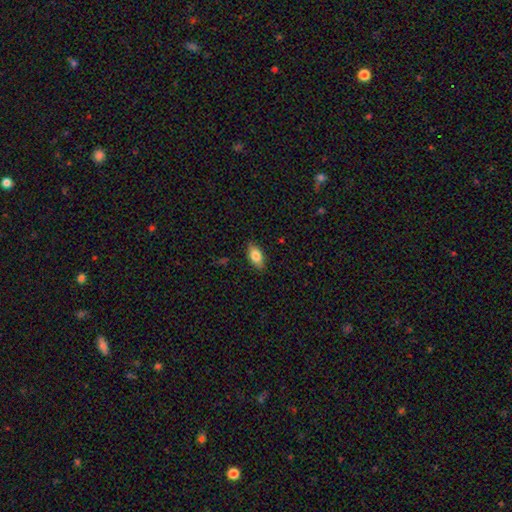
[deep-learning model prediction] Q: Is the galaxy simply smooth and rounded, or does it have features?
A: smooth — 81%.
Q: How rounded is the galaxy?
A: in between — 89%.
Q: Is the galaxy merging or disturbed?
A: none — 86%.